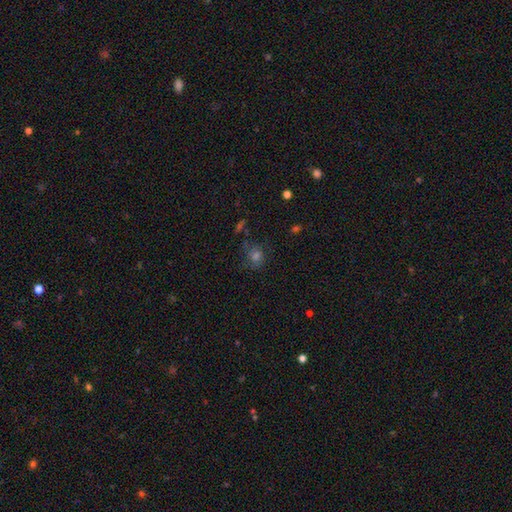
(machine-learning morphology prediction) This appears to be a smooth galaxy with no disk features (48%). Merging: none (66%).